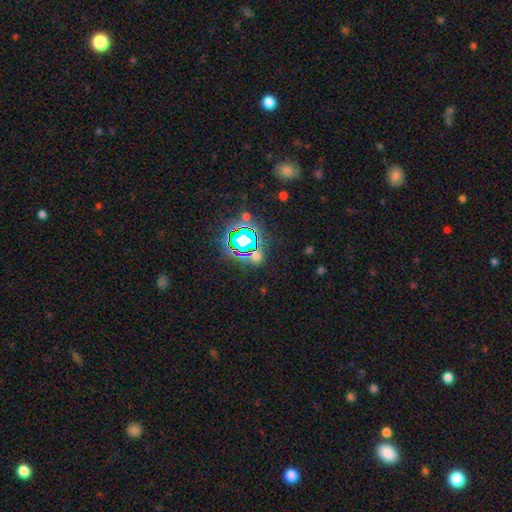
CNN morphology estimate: type=star or artifact (62%).